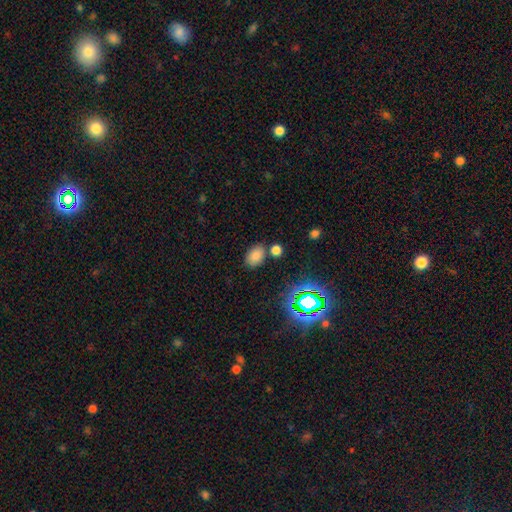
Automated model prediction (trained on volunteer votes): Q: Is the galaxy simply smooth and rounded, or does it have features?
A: smooth — 77%.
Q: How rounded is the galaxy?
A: in between — 79%.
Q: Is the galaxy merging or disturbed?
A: none — 74%.